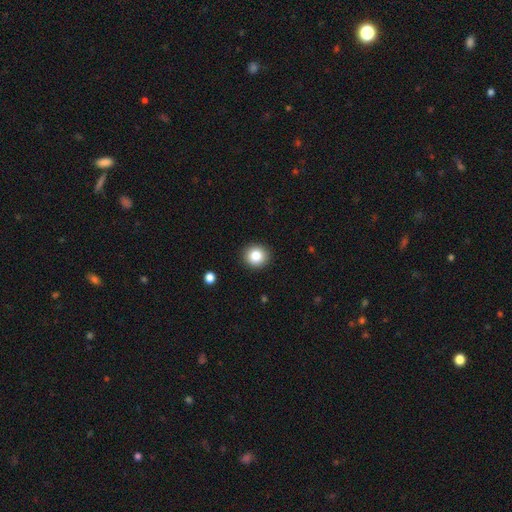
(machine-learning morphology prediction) Overall: smooth (85%). How rounded: round (90%). Merging: none (92%).